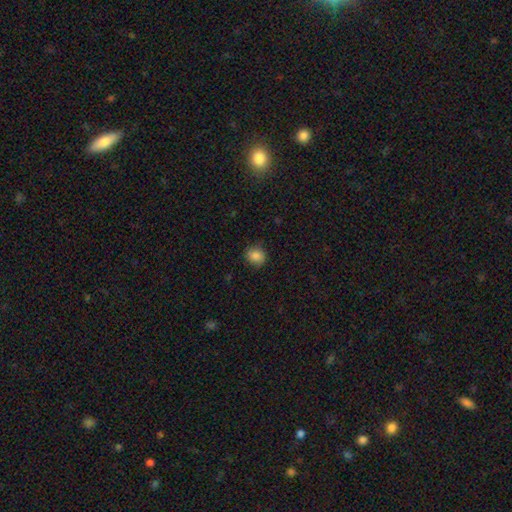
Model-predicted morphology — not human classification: Smooth or featured: smooth — 85% (star or artifact — 10%)
How rounded: round — 72% (in between — 27%)
Merging: none — 81% (minor disturbance — 15%)